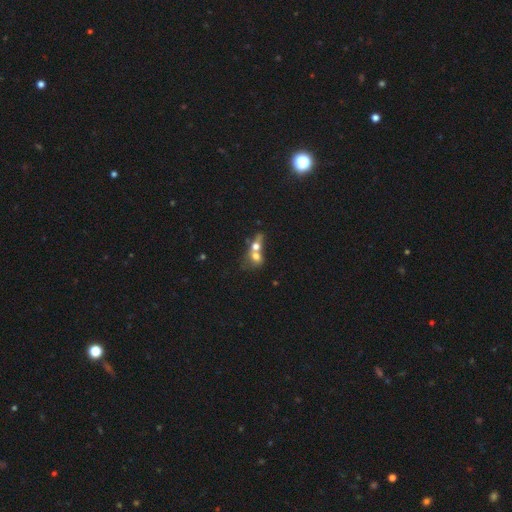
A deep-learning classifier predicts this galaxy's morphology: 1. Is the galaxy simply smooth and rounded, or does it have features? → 62% smooth, 27% featured or disk, 11% star or artifact.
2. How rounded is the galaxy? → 49% round, 46% in between, 5% cigar-shaped.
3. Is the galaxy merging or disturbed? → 77% merger, 13% none, 5% major disturbance, 5% minor disturbance.